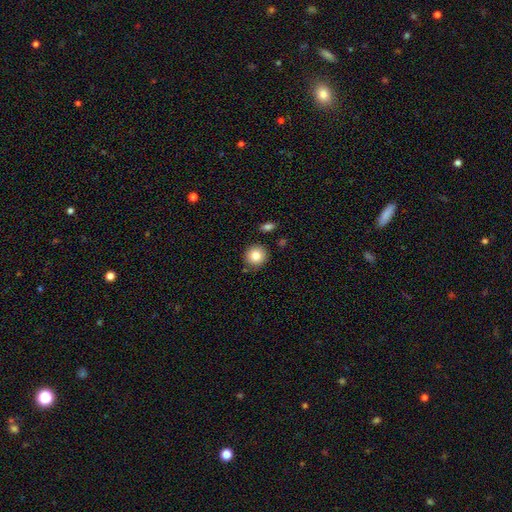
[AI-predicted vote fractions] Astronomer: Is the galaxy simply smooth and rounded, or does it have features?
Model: smooth — 84%.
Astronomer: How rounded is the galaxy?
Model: round — 93%.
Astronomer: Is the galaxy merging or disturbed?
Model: none — 85%.